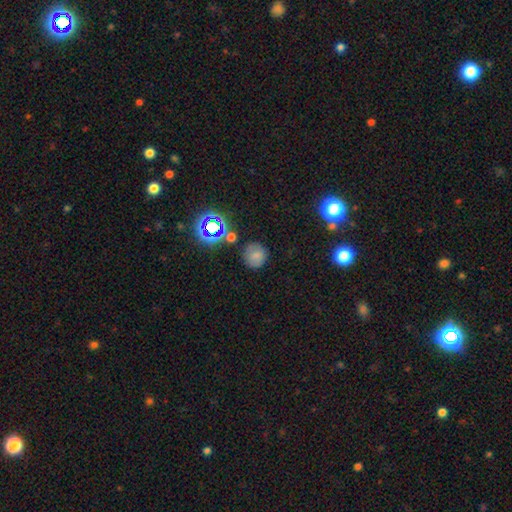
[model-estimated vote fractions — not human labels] smooth_or_featured: smooth (p=0.68) [alt: star or artifact p=0.20]
how_rounded: round (p=0.89) [alt: in between p=0.10]
merging: none (p=0.78) [alt: minor disturbance p=0.13]